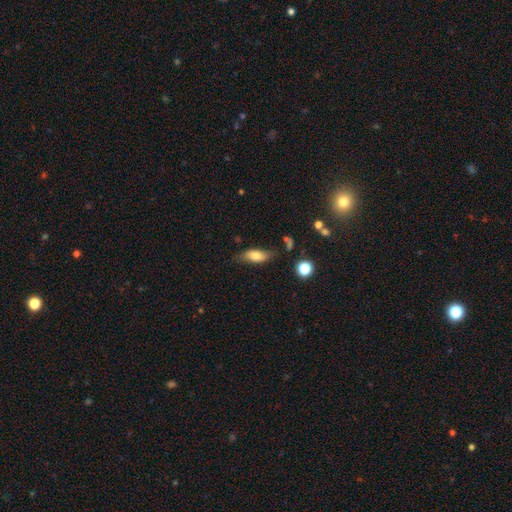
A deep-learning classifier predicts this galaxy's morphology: Smooth or featured? smooth (71%)
How rounded? in between (80%)
Merging? none (66%)